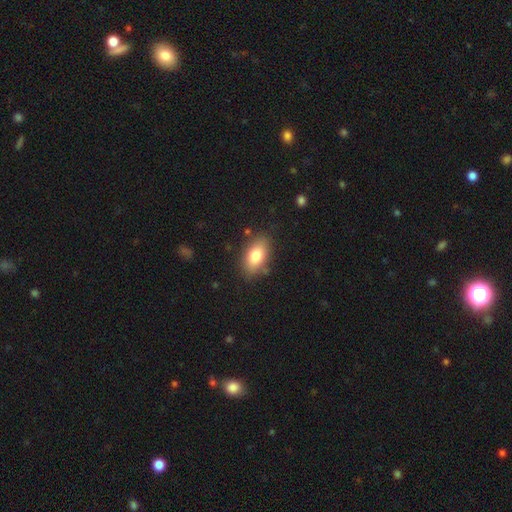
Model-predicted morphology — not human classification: smooth 78%, featured or disk 14%, star or artifact 8%. Down the decision tree: how rounded — in between (89%); merging — none (82%).